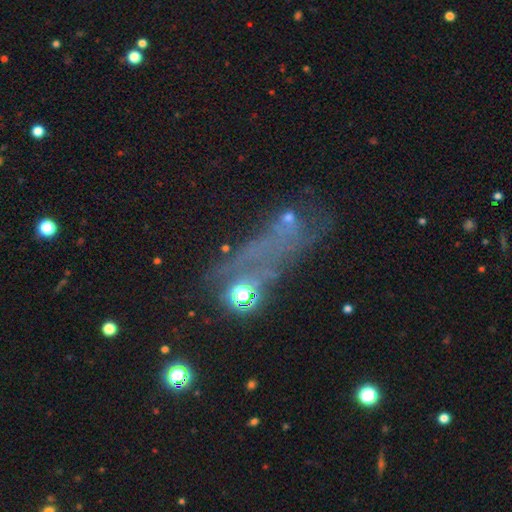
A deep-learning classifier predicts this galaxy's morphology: This is marginally a star or artifact rather than a galaxy (40%).